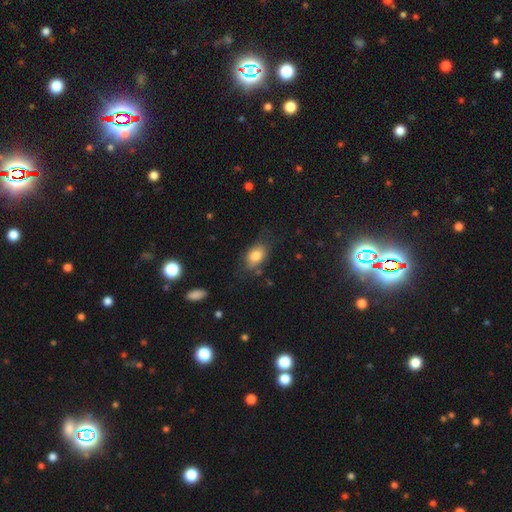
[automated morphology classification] Q: Smooth or featured?
A: smooth (78%); runner-up: featured or disk (14%)
Q: How rounded?
A: in between (84%); runner-up: round (14%)
Q: Merging?
A: none (63%); runner-up: minor disturbance (24%)